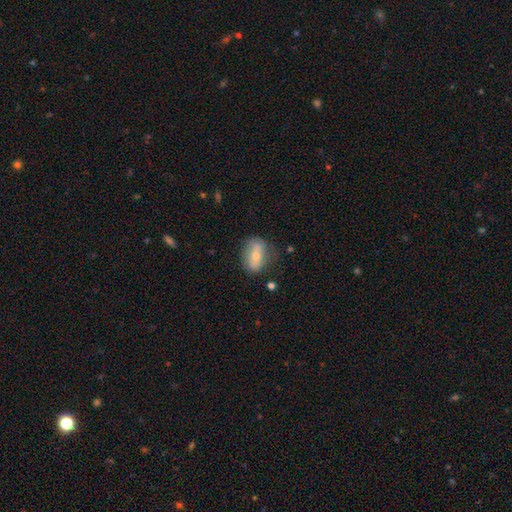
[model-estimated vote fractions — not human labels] smooth-or-featured: smooth: 57% | featured or disk: 36% | star or artifact: 7%
  how-rounded: in between: 79% | round: 15% | cigar-shaped: 6%
  merging: none: 63% | minor disturbance: 24% | major disturbance: 9% | merger: 3%